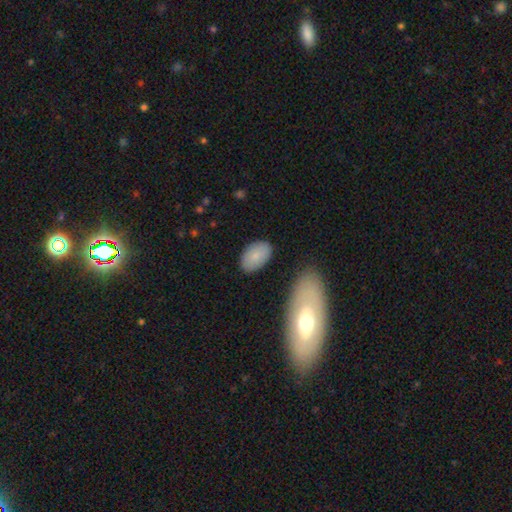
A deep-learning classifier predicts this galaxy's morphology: Smooth or featured: smooth — 82% (featured or disk — 12%)
How rounded: in between — 93% (round — 5%)
Merging: none — 83% (minor disturbance — 11%)